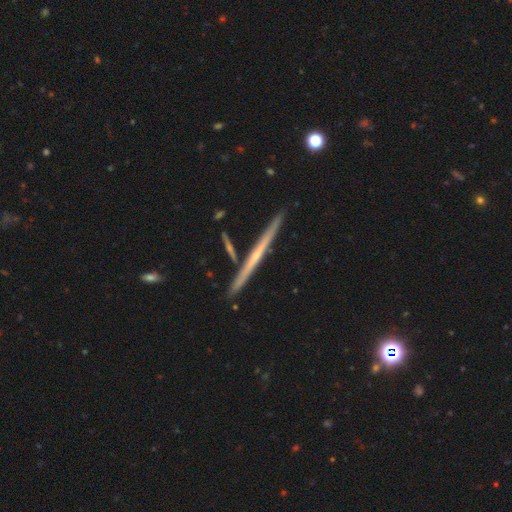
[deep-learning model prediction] smooth_or_featured: featured or disk (p=0.68) [alt: smooth p=0.26]
disk_edge_on: yes (p=0.98) [alt: no p=0.02]
edge_on_bulge: none (p=0.70) [alt: rounded p=0.25]
merging: none (p=0.87) [alt: minor disturbance p=0.07]